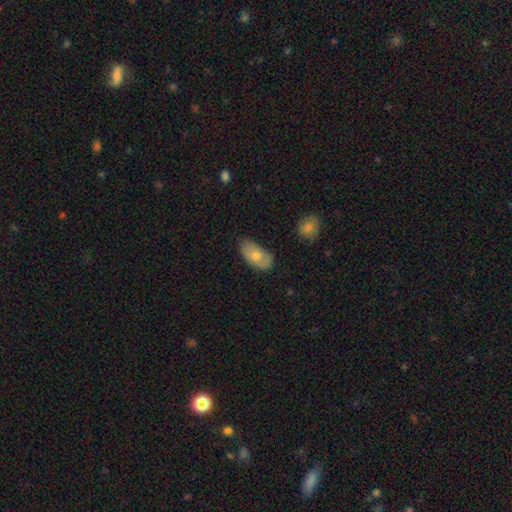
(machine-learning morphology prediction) Q: Smooth or featured?
A: smooth (60%); runner-up: featured or disk (33%)
Q: How rounded?
A: in between (92%); runner-up: round (5%)
Q: Merging?
A: none (65%); runner-up: minor disturbance (28%)